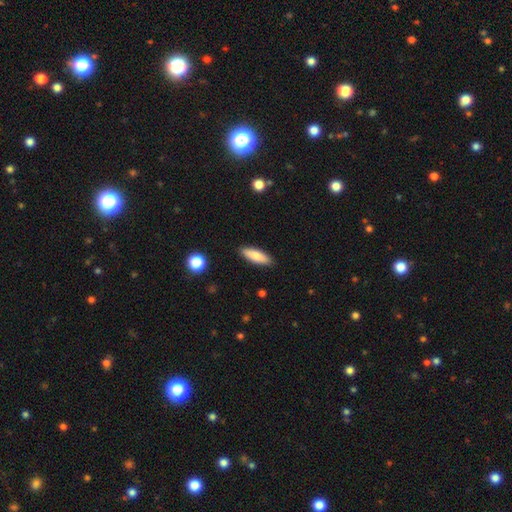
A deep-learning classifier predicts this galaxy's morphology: Smooth or featured: smooth — 79% (featured or disk — 15%)
How rounded: cigar-shaped — 50% (in between — 48%)
Merging: none — 89% (minor disturbance — 8%)